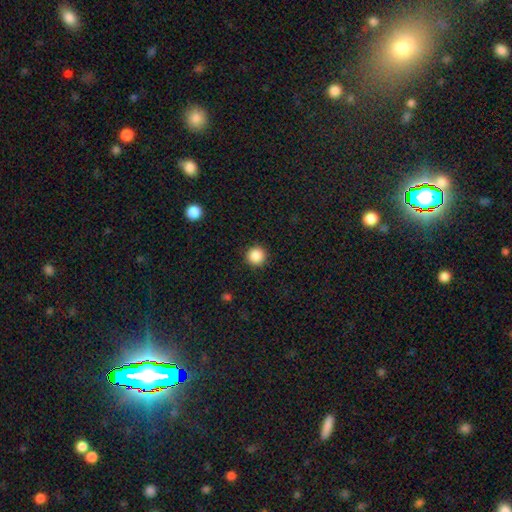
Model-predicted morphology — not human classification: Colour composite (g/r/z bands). It shows a smooth galaxy with no disk features (87%) that is round (96%). Merging: none (92%).